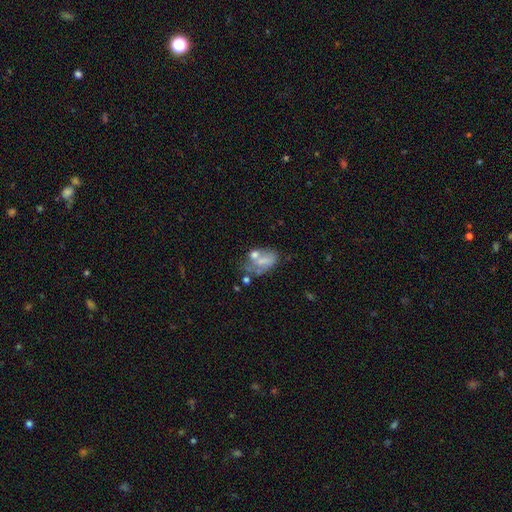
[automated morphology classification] Smooth or featured?
  - smooth: 43% *
  - featured or disk: 42%
  - star or artifact: 15%
Merging?
  - none: 32% *
  - merger: 25%
  - major disturbance: 22%
  - minor disturbance: 21%